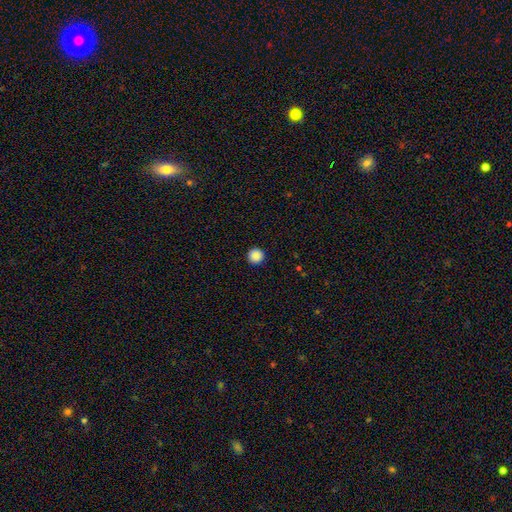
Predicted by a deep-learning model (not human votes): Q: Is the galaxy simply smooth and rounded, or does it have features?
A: smooth — 89%.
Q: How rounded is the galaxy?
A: round — 96%.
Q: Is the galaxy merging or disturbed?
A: none — 93%.